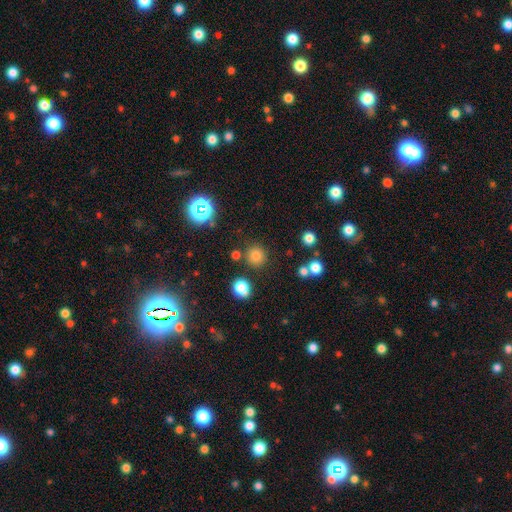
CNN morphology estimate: smooth_or_featured: smooth (p=0.76) [alt: star or artifact p=0.18]
how_rounded: round (p=0.93) [alt: in between p=0.06]
merging: none (p=0.84) [alt: minor disturbance p=0.08]